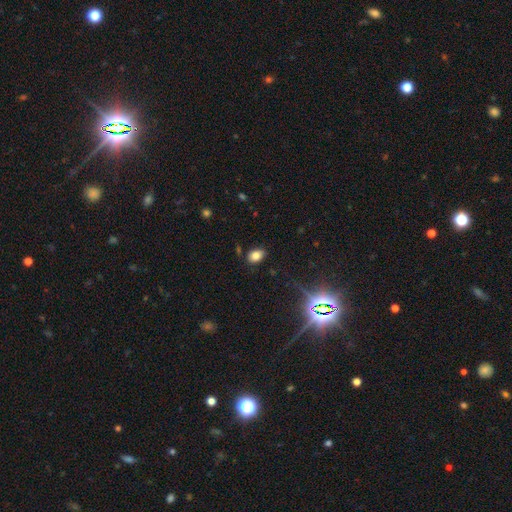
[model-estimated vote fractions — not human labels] The model was most divided on "how rounded": in between: 80%, round: 19%, cigar-shaped: 1%. More confident: merging — none (84%); smooth or featured — smooth (79%).